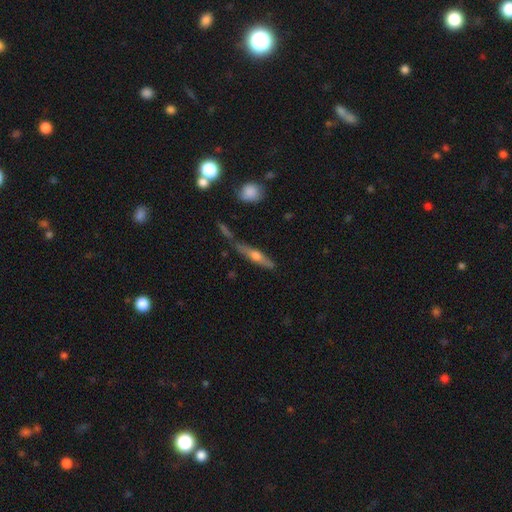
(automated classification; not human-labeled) smooth_or_featured: featured or disk (p=0.53) [alt: smooth p=0.40]
disk_edge_on: yes (p=0.91) [alt: no p=0.09]
merging: none (p=0.66) [alt: minor disturbance p=0.18]